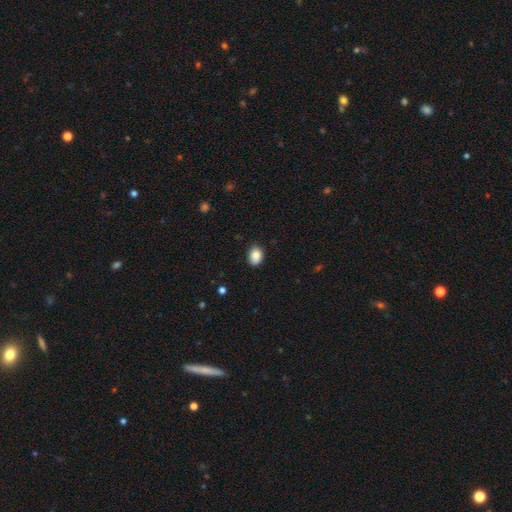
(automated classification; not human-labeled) This appears to be a smooth galaxy with no disk features (86%) that is in between round and cigar-shaped (73%). Merging: none (83%).